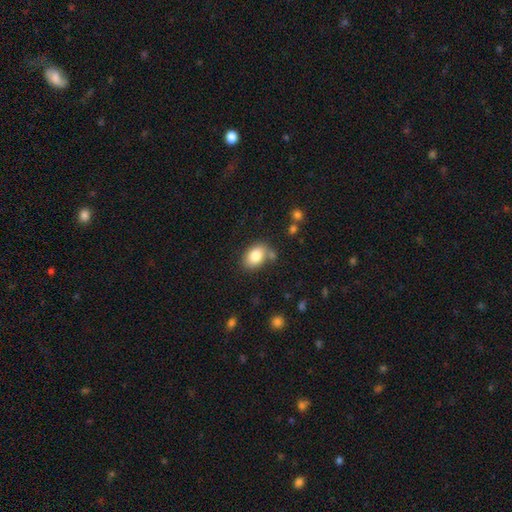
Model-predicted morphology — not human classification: smooth-or-featured: smooth: 82% | featured or disk: 10% | star or artifact: 8%
  how-rounded: in between: 84% | round: 15% | cigar-shaped: 1%
  merging: none: 71% | minor disturbance: 15% | merger: 10% | major disturbance: 4%